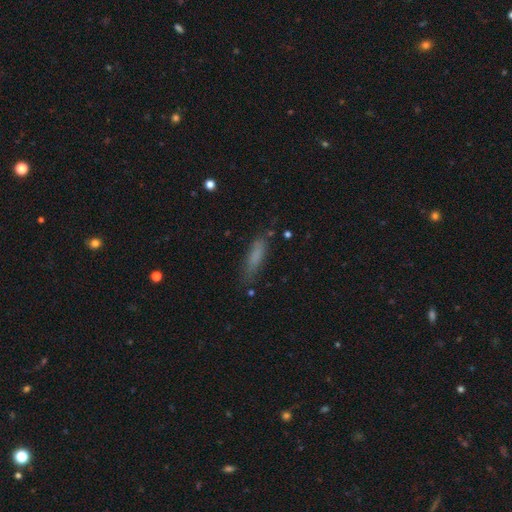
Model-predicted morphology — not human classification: This appears to be a smooth galaxy with no disk features (76%) that is cigar-shaped (69%). Merging: none (73%).